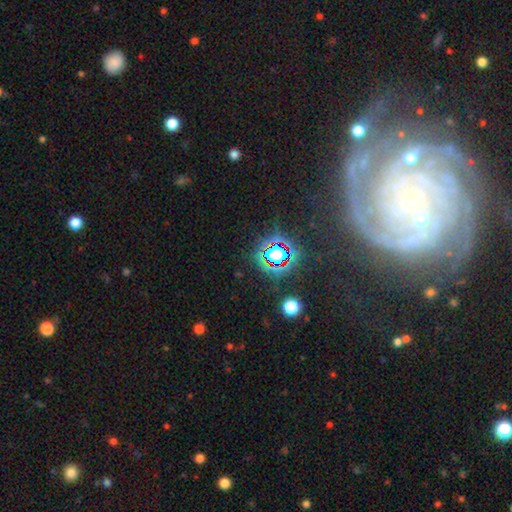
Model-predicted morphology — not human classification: Smooth or featured? Predicted: star or artifact (p=0.45).